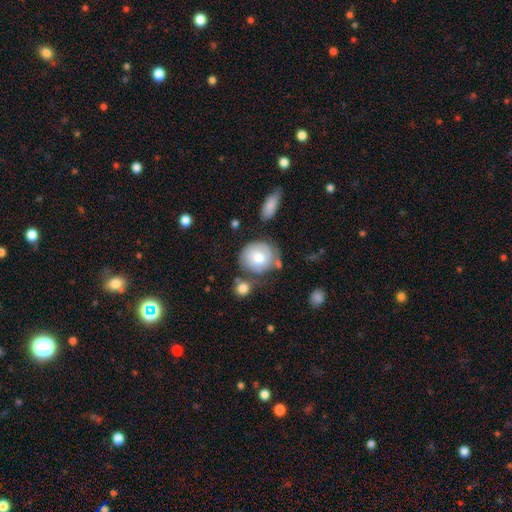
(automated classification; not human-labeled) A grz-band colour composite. It shows a smooth galaxy with no disk features (54%) that is round (84%). Merging: none (59%).